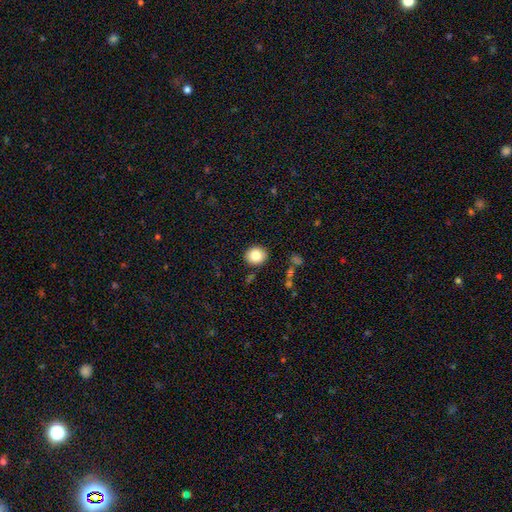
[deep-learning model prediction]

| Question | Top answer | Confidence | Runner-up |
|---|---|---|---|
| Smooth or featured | smooth | 84% | star or artifact (9%) |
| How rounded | round | 77% | in between (23%) |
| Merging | none | 88% | minor disturbance (8%) |